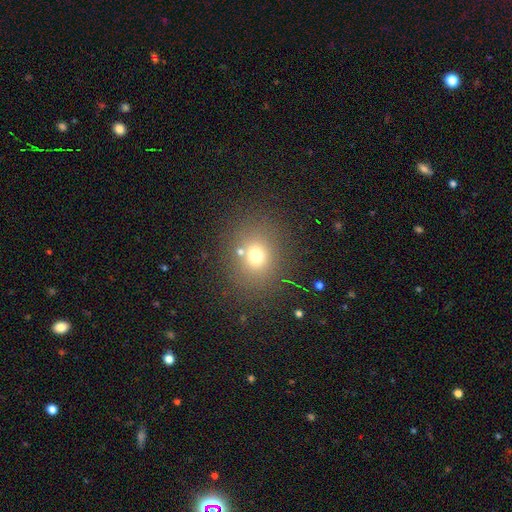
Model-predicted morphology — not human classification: A smooth galaxy with no disk features (69%) that is round (71%).

Vote fractions:
- Smooth or featured? smooth: 69% / star or artifact: 20% / featured or disk: 11%
- How rounded? round: 71% / in between: 28% / cigar-shaped: 1%
- Merging? none: 79% / minor disturbance: 9% / merger: 7% / major disturbance: 5%